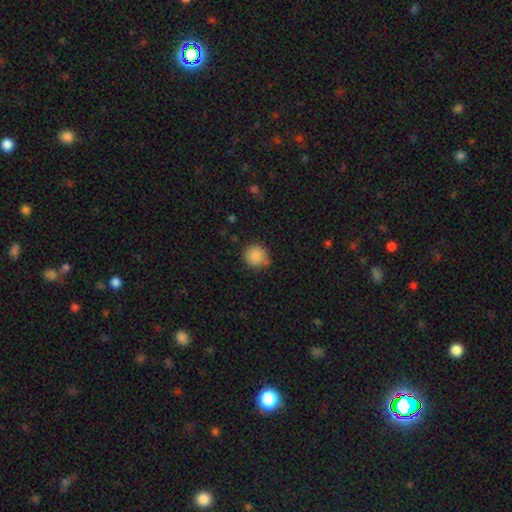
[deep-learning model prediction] Smooth or featured? smooth (87%)
How rounded? round (90%)
Merging? none (77%)